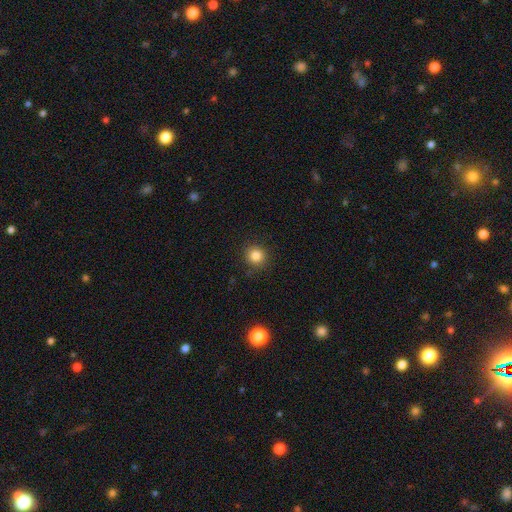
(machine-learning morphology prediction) The model was most divided on "smooth or featured": smooth: 83%, star or artifact: 12%, featured or disk: 5%. More confident: how rounded — round (92%); merging — none (90%).